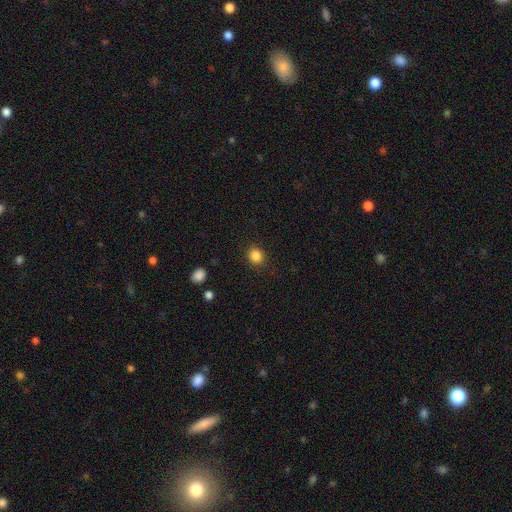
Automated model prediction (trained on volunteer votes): This appears to be a smooth galaxy with no disk features (86%) that is round (80%). Merging: none (89%).